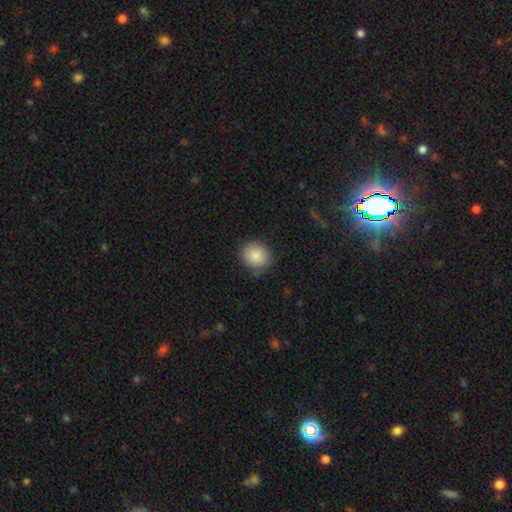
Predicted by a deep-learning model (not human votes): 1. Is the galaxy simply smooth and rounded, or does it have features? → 85% smooth, 8% star or artifact, 6% featured or disk.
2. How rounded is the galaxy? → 85% round, 15% in between, 1% cigar-shaped.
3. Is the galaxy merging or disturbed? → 82% none, 13% minor disturbance, 3% major disturbance, 1% merger.